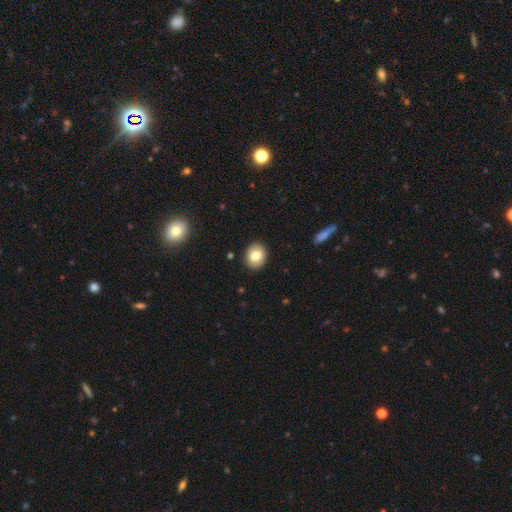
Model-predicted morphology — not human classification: This appears to be a smooth galaxy with no disk features (79%) that is in between round and cigar-shaped (50%). Merging: none (90%).